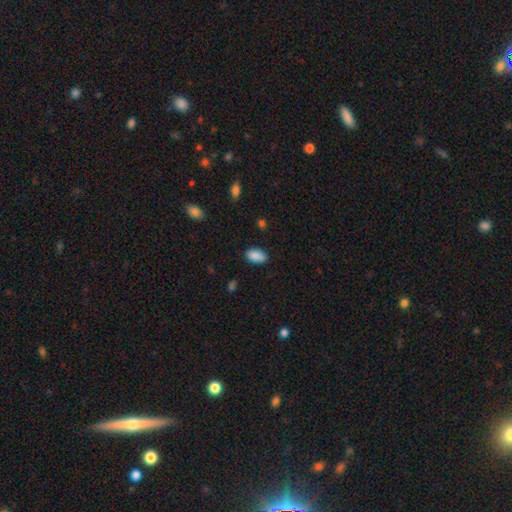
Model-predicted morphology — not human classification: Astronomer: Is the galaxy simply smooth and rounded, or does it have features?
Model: smooth — 88%.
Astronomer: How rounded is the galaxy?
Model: in between — 94%.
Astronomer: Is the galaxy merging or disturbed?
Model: none — 81%.